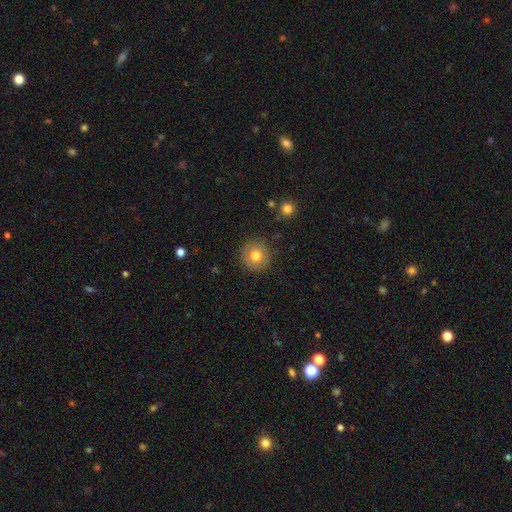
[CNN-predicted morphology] smooth 77%, featured or disk 13%, star or artifact 9%. Down the decision tree: how rounded — round (94%); merging — none (87%).